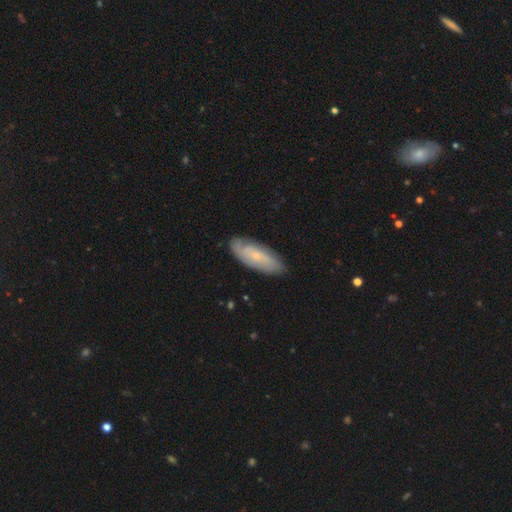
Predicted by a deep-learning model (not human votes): Smooth or featured? featured or disk (51%)
Edge-on disk? no (85%)
Merging? none (81%)